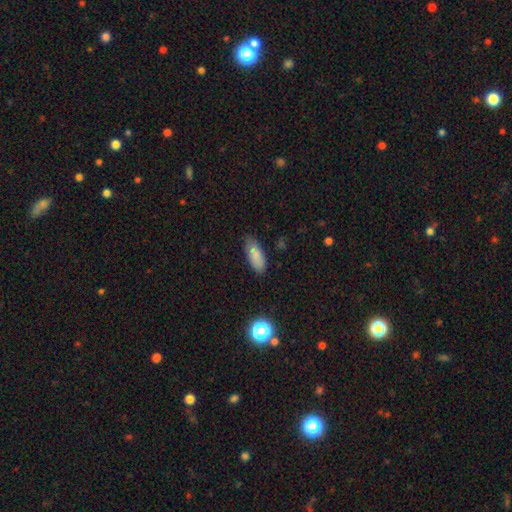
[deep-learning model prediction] smooth-or-featured: smooth: 84% | star or artifact: 8% | featured or disk: 8%
  how-rounded: in between: 81% | cigar-shaped: 17% | round: 2%
  merging: none: 76% | minor disturbance: 19% | major disturbance: 4% | merger: 2%